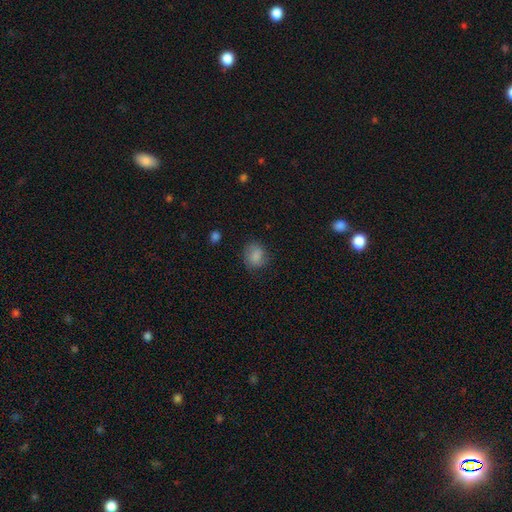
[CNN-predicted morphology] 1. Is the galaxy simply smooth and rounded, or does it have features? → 82% smooth, 9% featured or disk, 9% star or artifact.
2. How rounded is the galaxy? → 67% round, 32% in between, 1% cigar-shaped.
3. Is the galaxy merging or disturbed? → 73% none, 20% minor disturbance, 6% major disturbance, 1% merger.